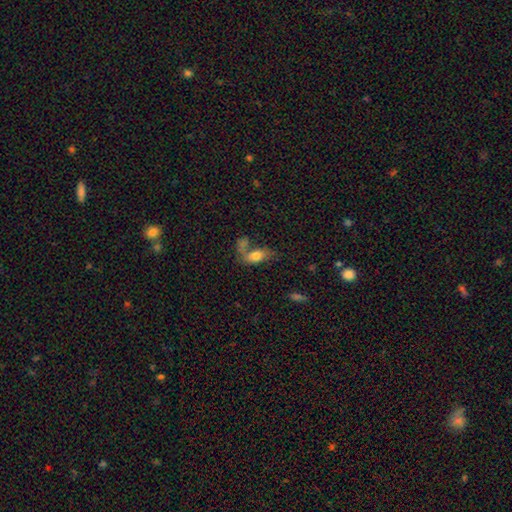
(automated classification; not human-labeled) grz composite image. It shows a smooth galaxy with no disk features (73%) that is in between round and cigar-shaped (86%). Merging: none (36%).